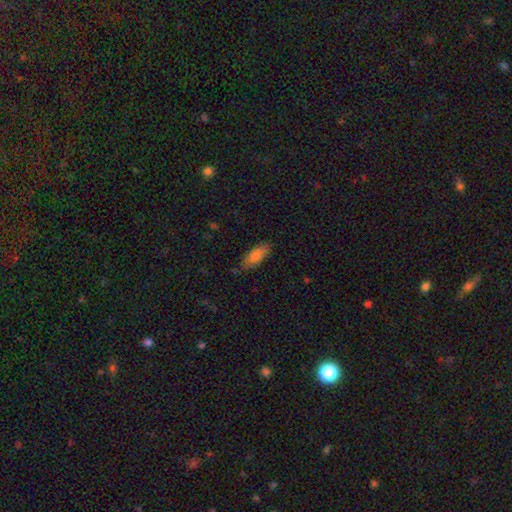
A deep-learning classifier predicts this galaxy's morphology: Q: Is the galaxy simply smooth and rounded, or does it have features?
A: smooth — 81%.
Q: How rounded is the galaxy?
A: in between — 77%.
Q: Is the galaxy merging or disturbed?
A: none — 78%.